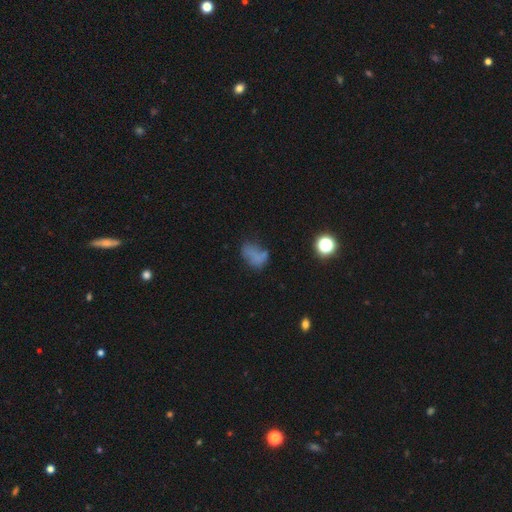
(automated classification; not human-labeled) A smooth galaxy with no disk features (62%) that is in between round and cigar-shaped (81%). Merging: none (40%).